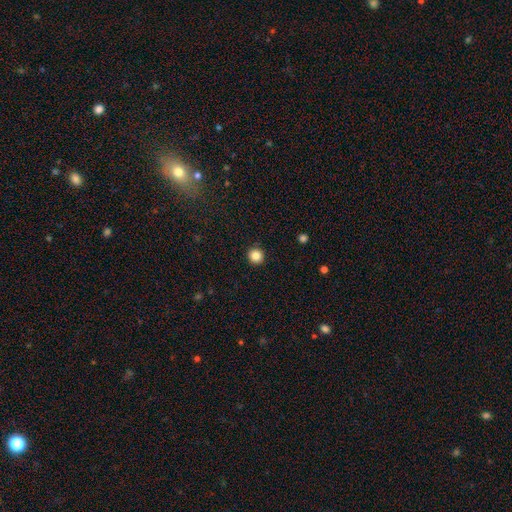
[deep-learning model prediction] The model was most divided on "smooth or featured": smooth: 85%, star or artifact: 11%, featured or disk: 5%. More confident: how rounded — round (95%); merging — none (93%).